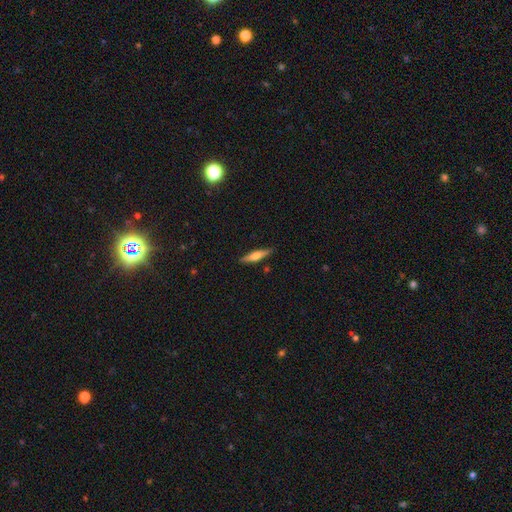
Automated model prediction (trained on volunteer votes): Morphology: type=featured or disk (48%); merging=none (87%).